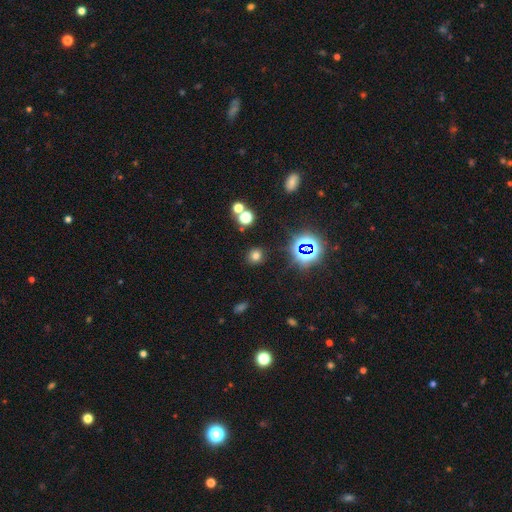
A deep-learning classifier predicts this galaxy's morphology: Smooth or featured?
  - smooth: 67% *
  - star or artifact: 26%
  - featured or disk: 7%
How rounded?
  - round: 88% *
  - in between: 11%
  - cigar-shaped: 1%
Merging?
  - none: 87% *
  - minor disturbance: 7%
  - merger: 3%
  - major disturbance: 3%